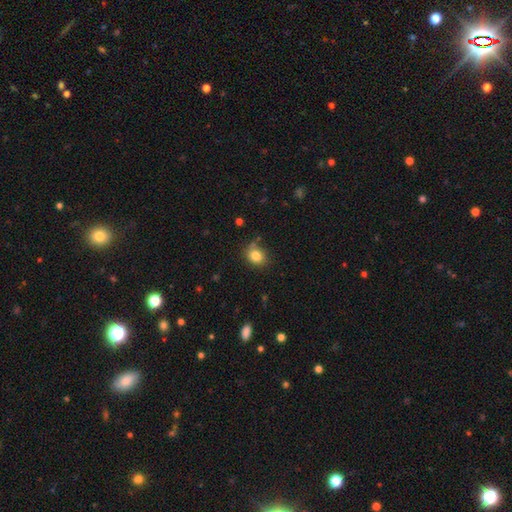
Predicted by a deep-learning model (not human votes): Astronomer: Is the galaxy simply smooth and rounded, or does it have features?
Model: smooth — 82%.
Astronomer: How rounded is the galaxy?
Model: round — 59% (runner-up: in between, 40%).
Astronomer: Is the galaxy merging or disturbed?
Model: none — 74%.